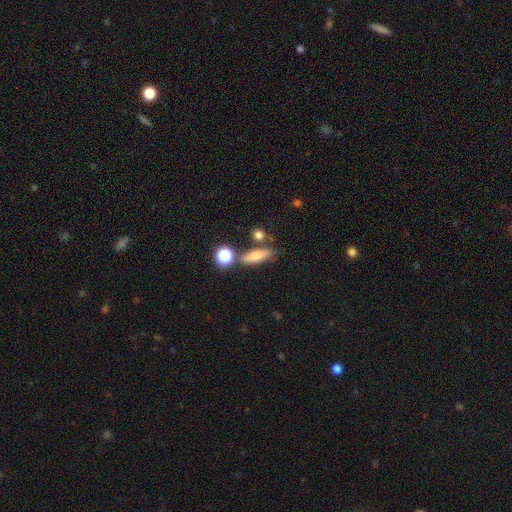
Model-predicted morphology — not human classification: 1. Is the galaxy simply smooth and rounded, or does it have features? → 73% smooth, 17% featured or disk, 11% star or artifact.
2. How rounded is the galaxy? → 51% in between, 42% cigar-shaped, 7% round.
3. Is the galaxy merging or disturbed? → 69% none, 14% minor disturbance, 12% merger, 5% major disturbance.